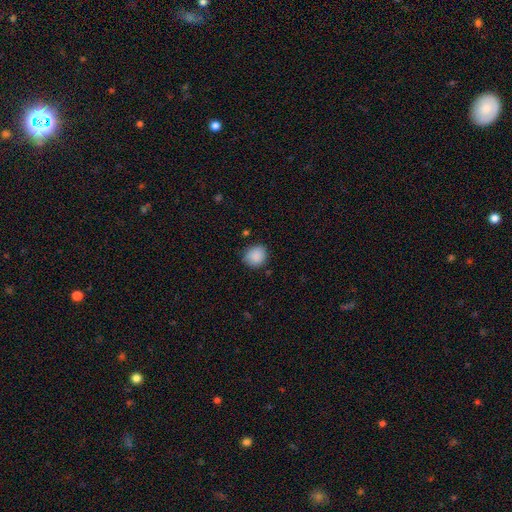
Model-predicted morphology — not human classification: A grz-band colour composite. It shows a smooth galaxy with no disk features (88%) that is round (81%). Merging: none (81%).